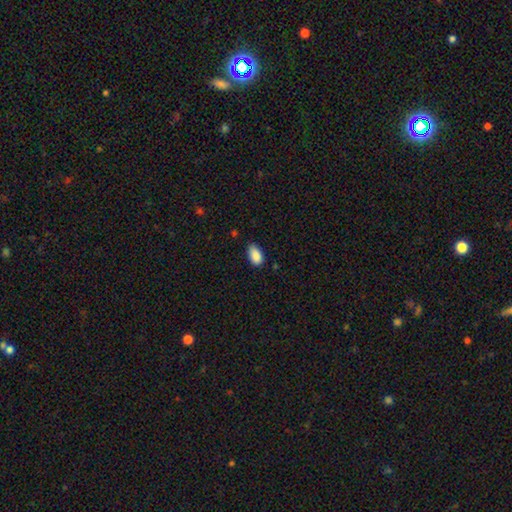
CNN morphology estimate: A smooth galaxy with no disk features (89%) that is in between round and cigar-shaped (93%). Merging: none (72%).